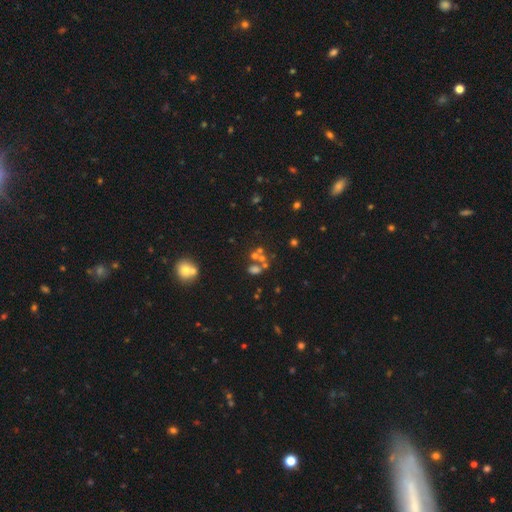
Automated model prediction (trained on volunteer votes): Smooth or featured: star or artifact — 41% (smooth — 38%)